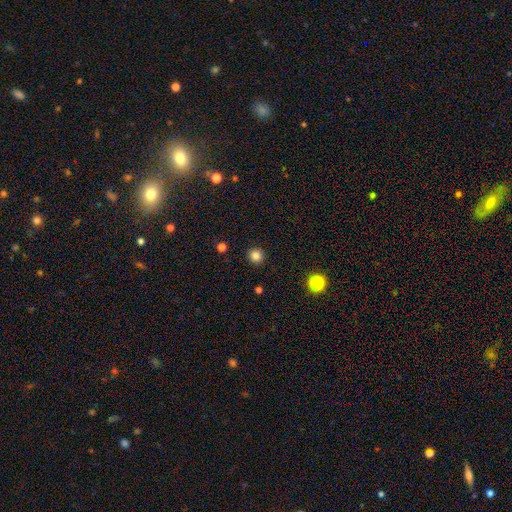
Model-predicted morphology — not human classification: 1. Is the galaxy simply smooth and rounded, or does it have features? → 83% smooth, 12% star or artifact, 5% featured or disk.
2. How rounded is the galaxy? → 94% round, 5% in between, 1% cigar-shaped.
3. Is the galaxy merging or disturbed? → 93% none, 5% minor disturbance, 2% major disturbance, 1% merger.